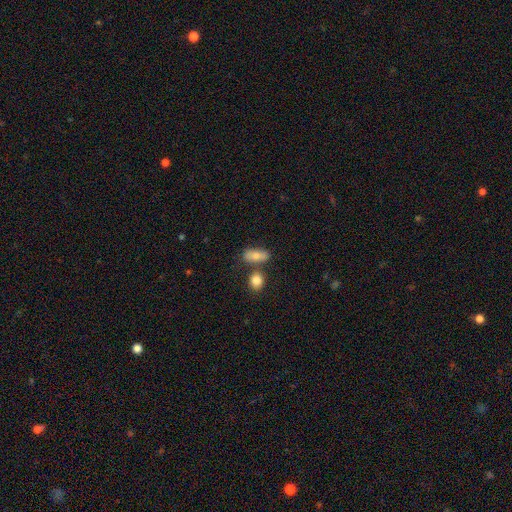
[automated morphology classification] This appears to be a smooth galaxy with no disk features (75%) that is in between round and cigar-shaped (80%). Merging: none (62%).